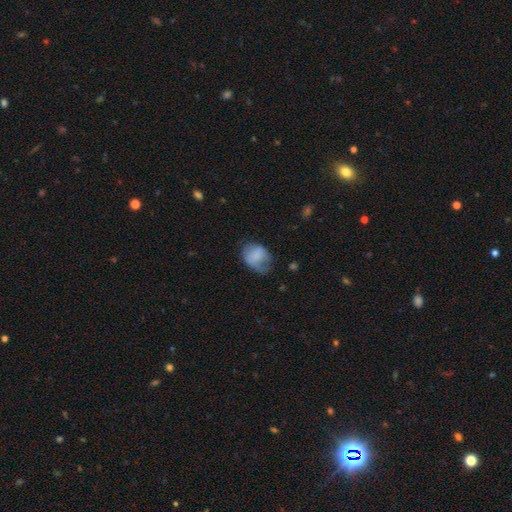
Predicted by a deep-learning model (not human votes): Overall: smooth (72%). How rounded: in between (68%; round 31%). Merging: none (38%; minor disturbance 36%).